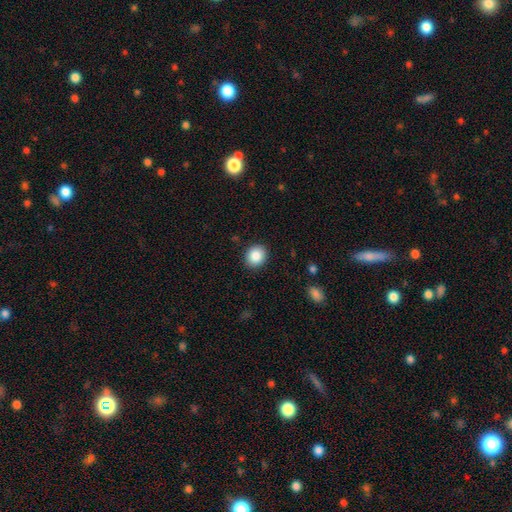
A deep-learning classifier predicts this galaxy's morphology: Smooth or featured?
  - smooth: 87% *
  - star or artifact: 8%
  - featured or disk: 5%
How rounded?
  - round: 70% *
  - in between: 29%
  - cigar-shaped: 1%
Merging?
  - none: 90% *
  - minor disturbance: 7%
  - major disturbance: 2%
  - merger: 1%